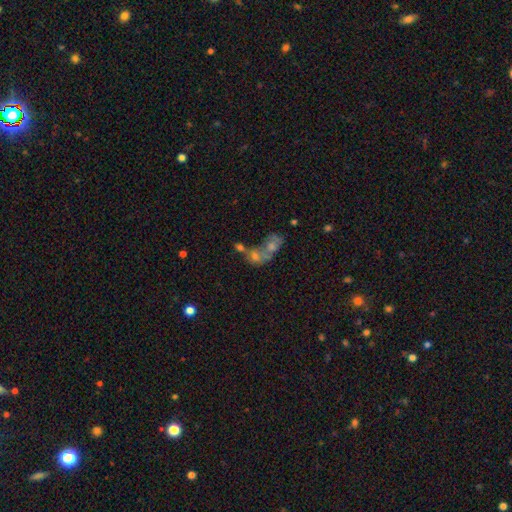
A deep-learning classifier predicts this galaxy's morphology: Smooth or featured? Predicted: smooth (p=0.45). Merging? Predicted: merger (p=0.66).